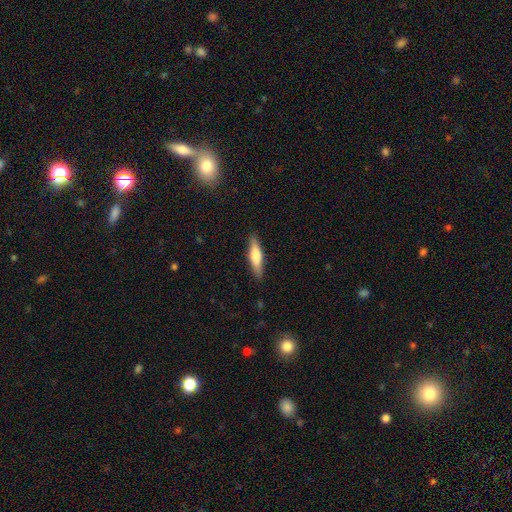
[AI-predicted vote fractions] Smooth or featured? Predicted: smooth (p=0.63). How rounded? Predicted: cigar-shaped (p=0.73). Merging? Predicted: none (p=0.88).